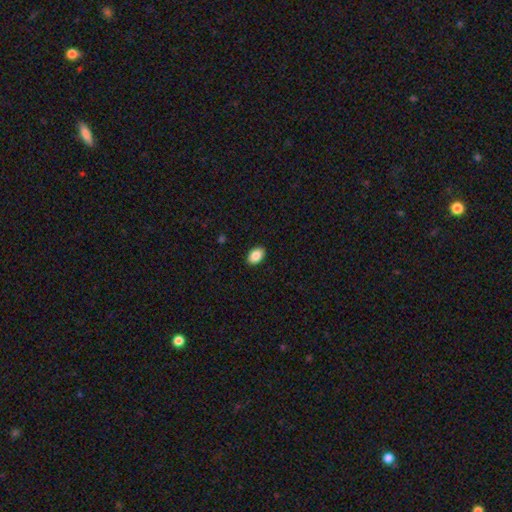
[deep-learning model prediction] This appears to be a smooth galaxy with no disk features (88%) that is in between round and cigar-shaped (89%). Merging: none (90%).